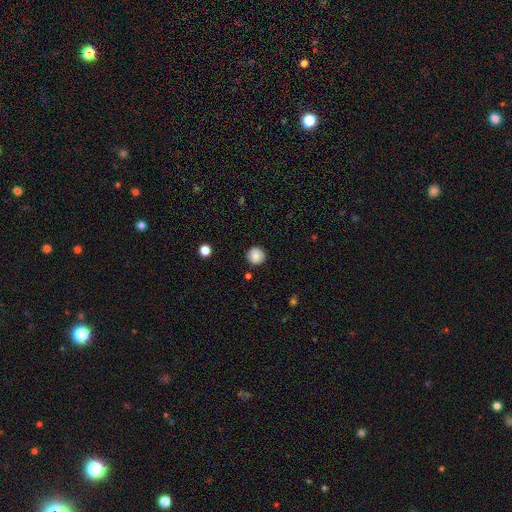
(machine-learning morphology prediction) Overall: smooth (86%). How rounded: round (94%). Merging: none (87%).